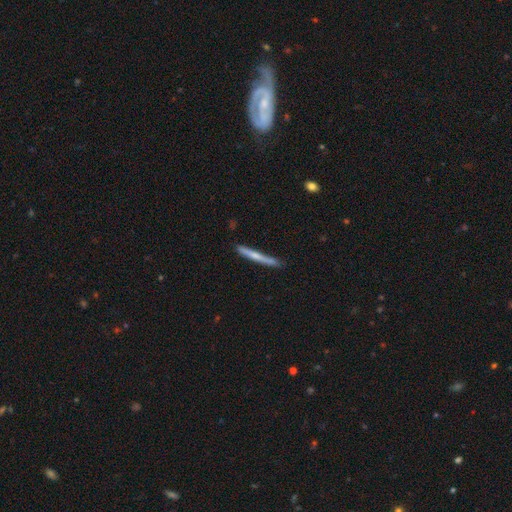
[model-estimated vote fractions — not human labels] Smooth or featured: smooth — 49% (featured or disk — 45%)
Merging: none — 82% (minor disturbance — 14%)